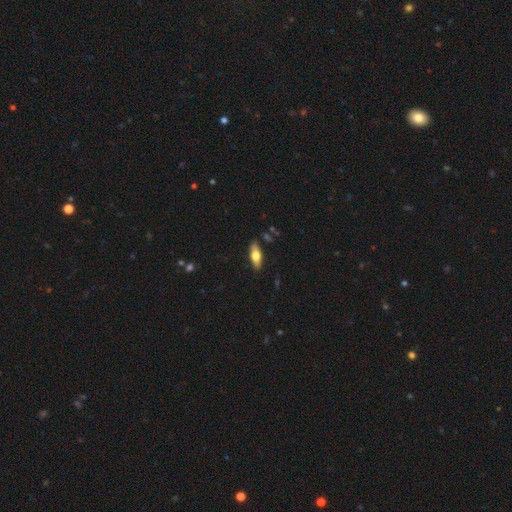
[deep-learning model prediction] Smooth or featured: smooth — 60% (featured or disk — 34%)
How rounded: in between — 70% (cigar-shaped — 27%)
Merging: none — 84% (minor disturbance — 12%)